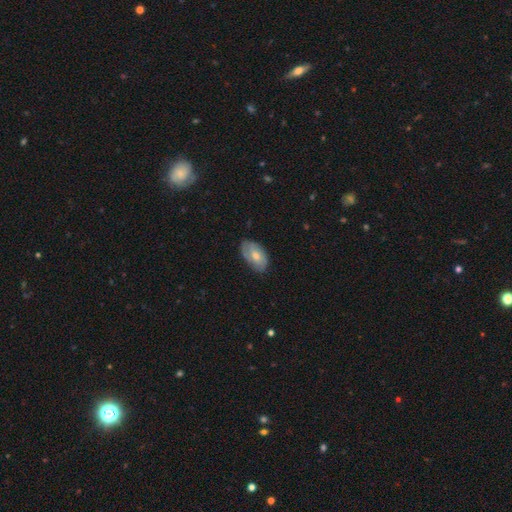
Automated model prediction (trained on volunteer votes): Overall: smooth (60%; featured or disk 33%). How rounded: in between (93%). Merging: none (72%).